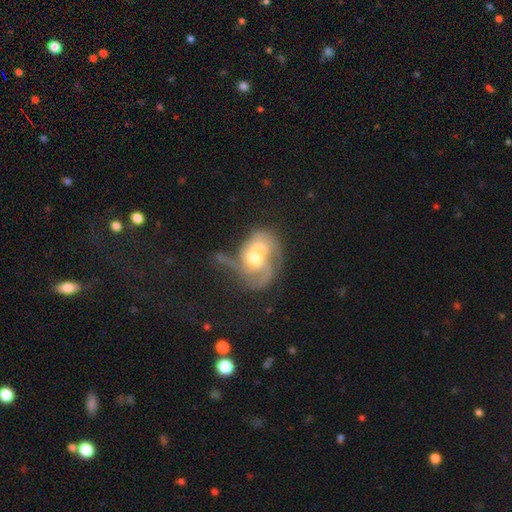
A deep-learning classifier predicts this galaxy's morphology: Smooth or featured? featured or disk (72%)
Edge-on disk? no (97%)
Bar? no (65%)
Spiral arms? yes (82%)
Spiral winding? medium (45%)
Spiral arm count? 2 (38%)
Bulge size? moderate (64%)
Merging? merger (34%)